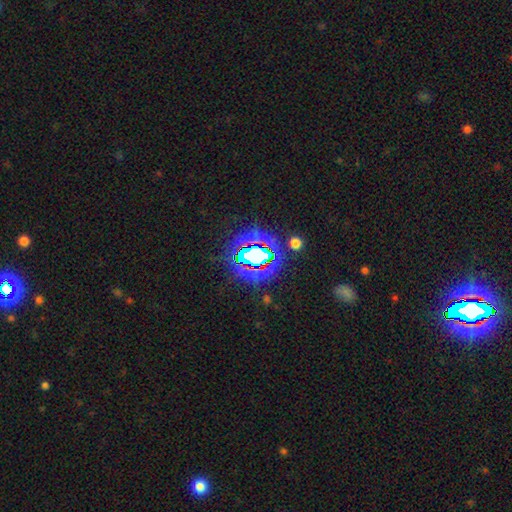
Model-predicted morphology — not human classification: star or artifact 77%, smooth 14%, featured or disk 10%.